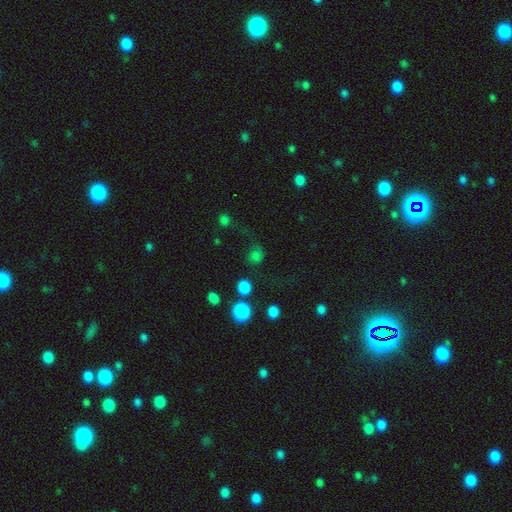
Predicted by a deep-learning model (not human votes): Smooth or featured: smooth — 73% (star or artifact — 18%)
How rounded: round — 79% (in between — 19%)
Merging: none — 62% (minor disturbance — 17%)